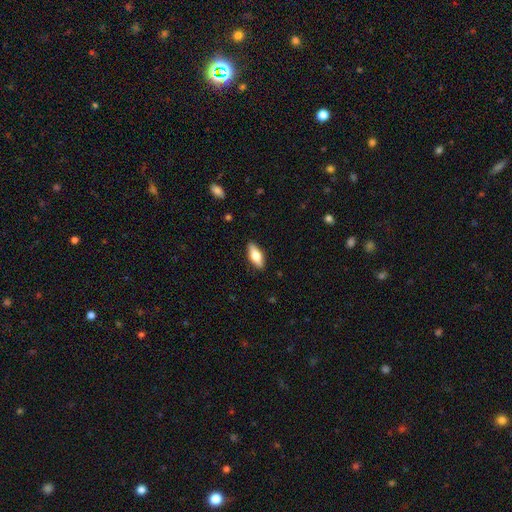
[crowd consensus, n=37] Smooth or featured: smooth — 70% (featured or disk — 27%)
How rounded: in between — 77% (cigar-shaped — 23%)
Merging: none — 86% (minor disturbance — 8%)